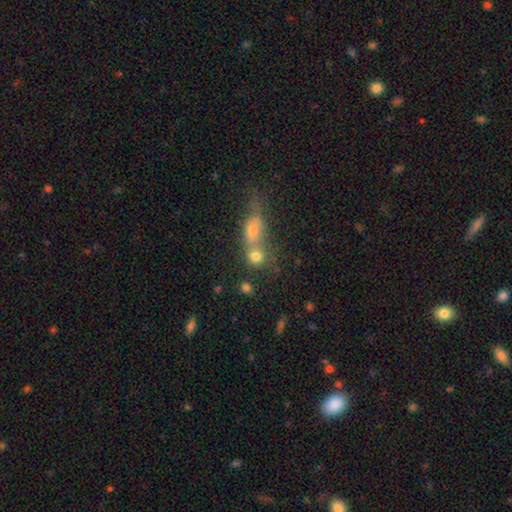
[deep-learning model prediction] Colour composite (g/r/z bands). It shows a smooth galaxy with no disk features (70%) that is round (64%). Merging: merger (55%).